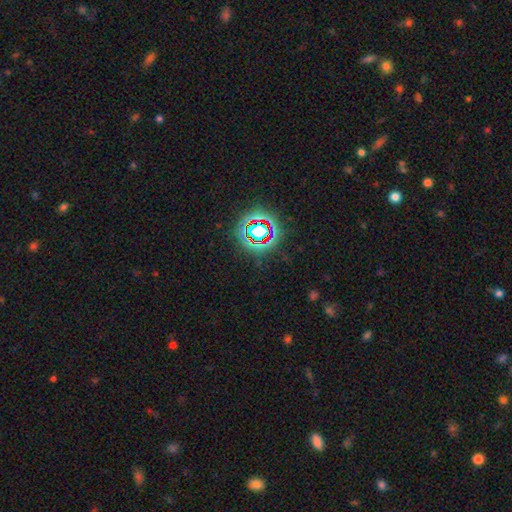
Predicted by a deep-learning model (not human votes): smooth_or_featured: star or artifact (p=0.75) [alt: smooth p=0.15]